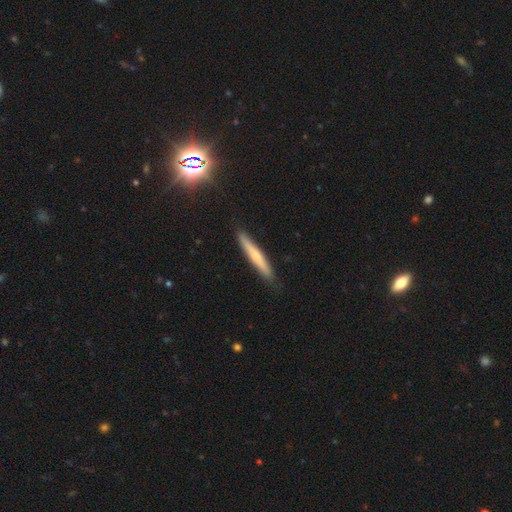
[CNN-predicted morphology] A smooth galaxy with no disk features (53%) that is cigar-shaped (95%). Merging: none (89%).